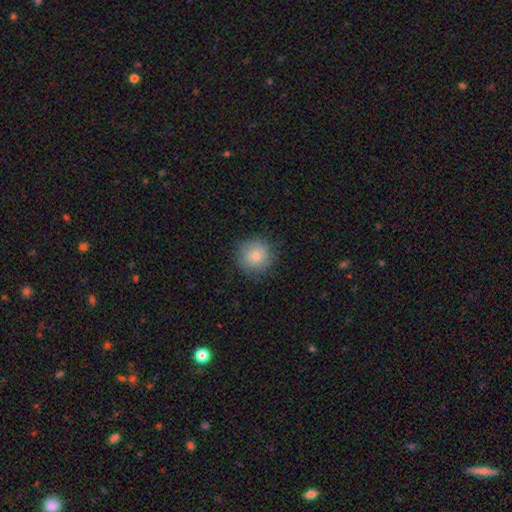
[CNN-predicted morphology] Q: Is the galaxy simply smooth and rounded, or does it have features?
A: smooth — 78%.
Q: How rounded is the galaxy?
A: round — 93%.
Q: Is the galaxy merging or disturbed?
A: none — 86%.